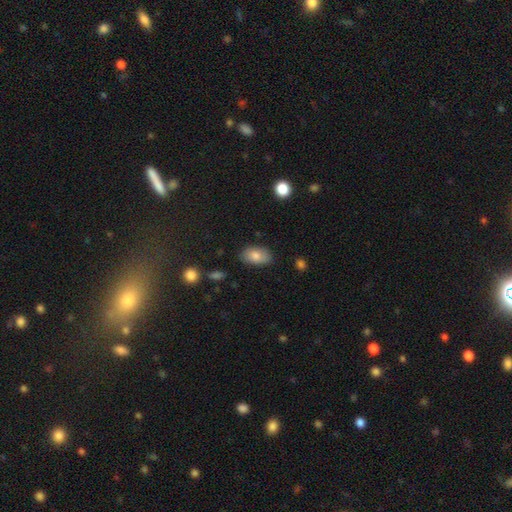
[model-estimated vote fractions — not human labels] Smooth or featured: smooth — 81% (featured or disk — 12%)
How rounded: in between — 91% (round — 7%)
Merging: none — 82% (minor disturbance — 14%)